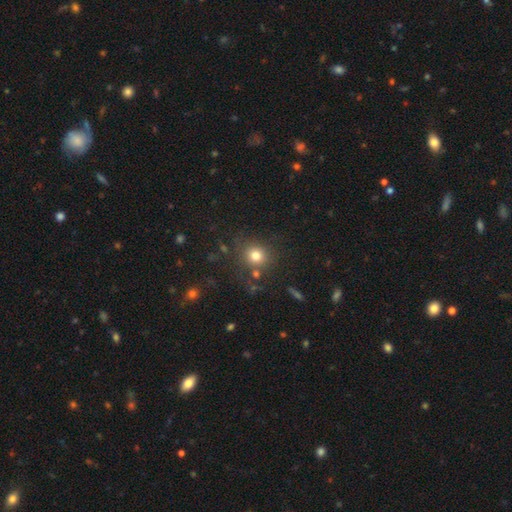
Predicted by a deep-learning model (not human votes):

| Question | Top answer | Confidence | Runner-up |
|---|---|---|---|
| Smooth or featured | smooth | 78% | star or artifact (14%) |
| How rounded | round | 86% | in between (13%) |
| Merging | none | 77% | minor disturbance (11%) |